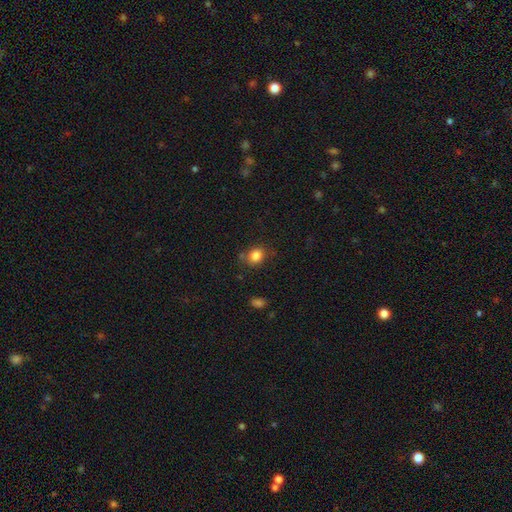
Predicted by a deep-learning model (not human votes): smooth 84%, star or artifact 10%, featured or disk 6%. Down the decision tree: how rounded — round (56%); merging — none (72%).